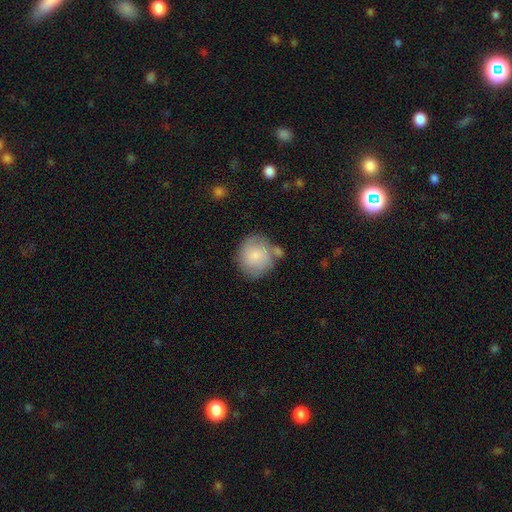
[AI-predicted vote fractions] This is likely a smooth galaxy (73%). How rounded: clearly round (82%). Merging: possibly none (58%).